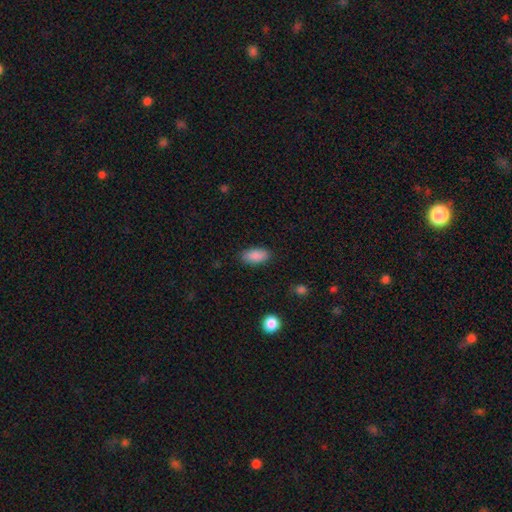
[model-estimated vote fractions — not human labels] Overall: smooth (88%). How rounded: in between (92%). Merging: none (86%).